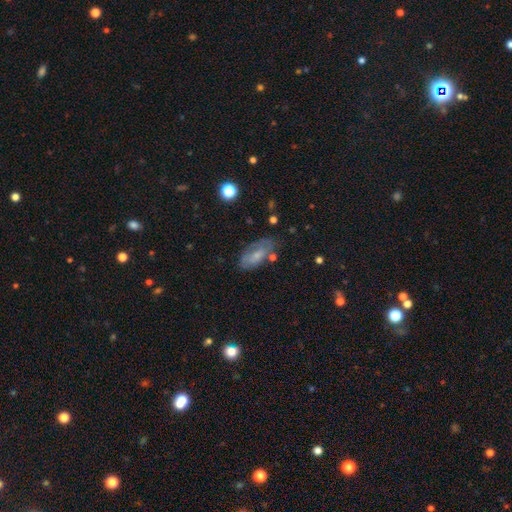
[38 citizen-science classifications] Smooth or featured? 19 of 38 (50%) said smooth. How rounded? 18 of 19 (95%) said in between. Merging? 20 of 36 (56%) said none.